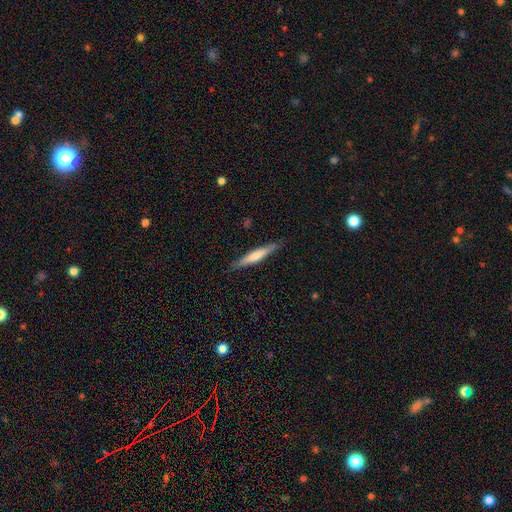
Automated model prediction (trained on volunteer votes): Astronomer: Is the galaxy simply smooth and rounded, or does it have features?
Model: smooth — 60% (runner-up: featured or disk, 35%).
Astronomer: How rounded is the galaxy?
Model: cigar-shaped — 93%.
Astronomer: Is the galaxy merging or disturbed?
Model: none — 87%.